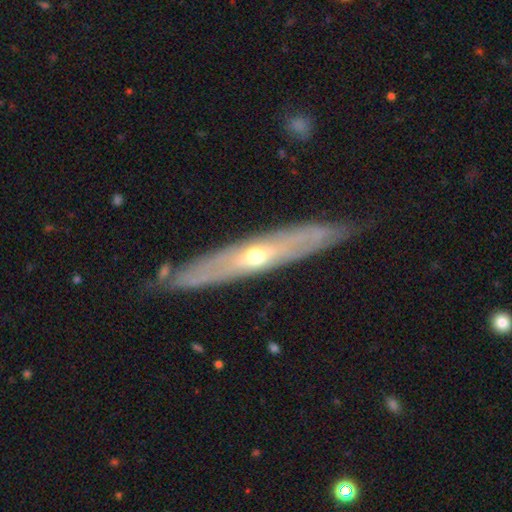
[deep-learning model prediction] Overall: featured or disk (73%). Edge-on disk: yes (67%; no 33%). Merging: none (82%).